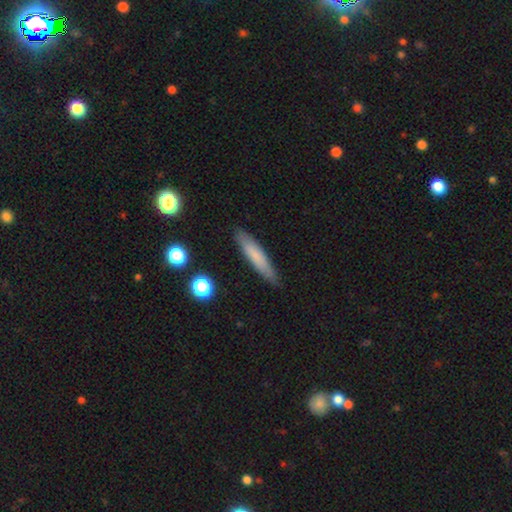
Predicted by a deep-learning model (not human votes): smooth-or-featured: smooth: 73% | featured or disk: 20% | star or artifact: 6%
  how-rounded: cigar-shaped: 87% | in between: 11% | round: 2%
  merging: none: 86% | minor disturbance: 10% | major disturbance: 2% | merger: 2%